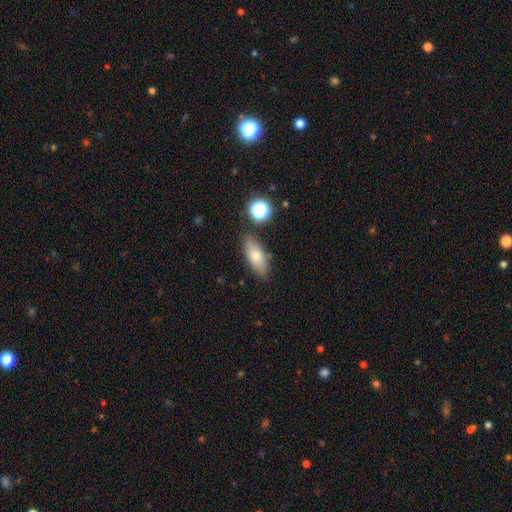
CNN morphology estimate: Smooth or featured? smooth (71%)
How rounded? in between (73%)
Merging? none (80%)